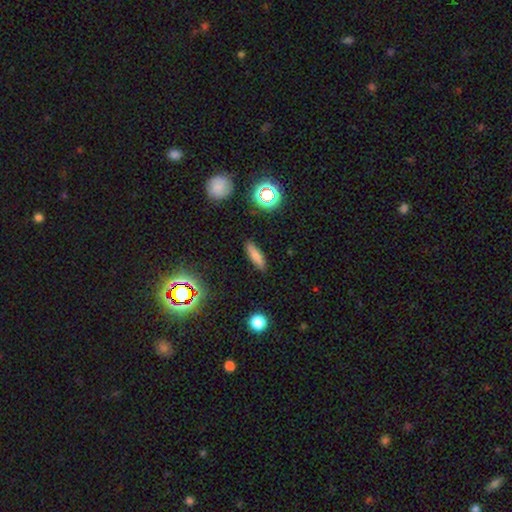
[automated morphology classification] type=smooth (77%); roundness=cigar-shaped (67%); merging=none (87%).